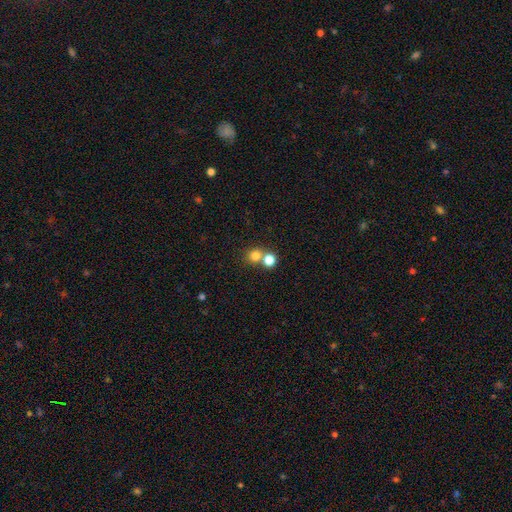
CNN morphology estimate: smooth-or-featured: smooth: 78% | star or artifact: 14% | featured or disk: 8%
  how-rounded: round: 87% | in between: 12% | cigar-shaped: 1%
  merging: none: 51% | merger: 41% | minor disturbance: 5% | major disturbance: 2%